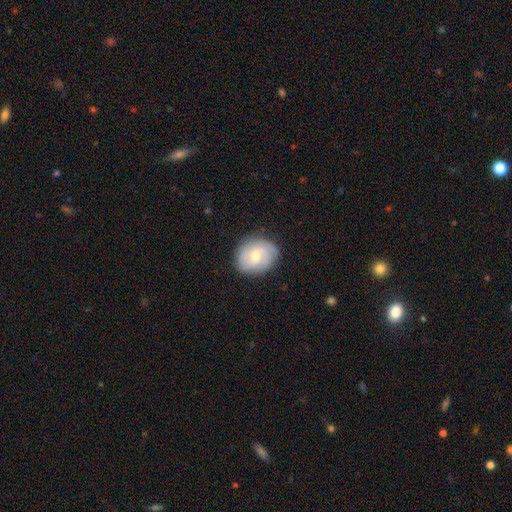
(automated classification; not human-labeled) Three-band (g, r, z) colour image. It shows a featured or disk galaxy (60%) with no bar (60%), tight (53%) spiral arms (89%) and a moderate central bulge (53%). Merging: none (81%).